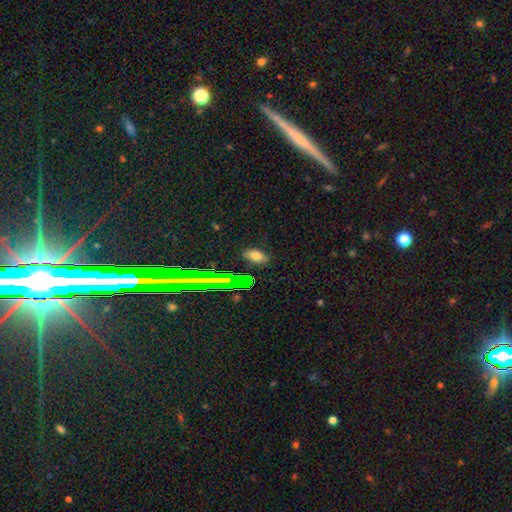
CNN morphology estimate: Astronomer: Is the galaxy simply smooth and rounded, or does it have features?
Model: smooth — 73%.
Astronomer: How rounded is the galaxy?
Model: in between — 89%.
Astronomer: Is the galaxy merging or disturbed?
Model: none — 83%.